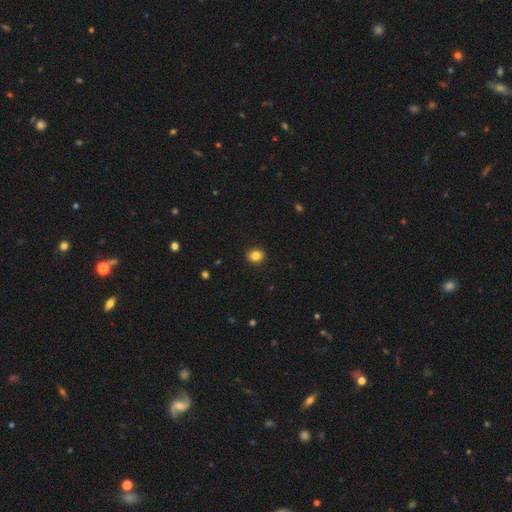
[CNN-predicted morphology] smooth-or-featured: smooth: 84% | star or artifact: 10% | featured or disk: 6%
  how-rounded: round: 65% | in between: 34% | cigar-shaped: 1%
  merging: none: 91% | minor disturbance: 6% | major disturbance: 2% | merger: 1%